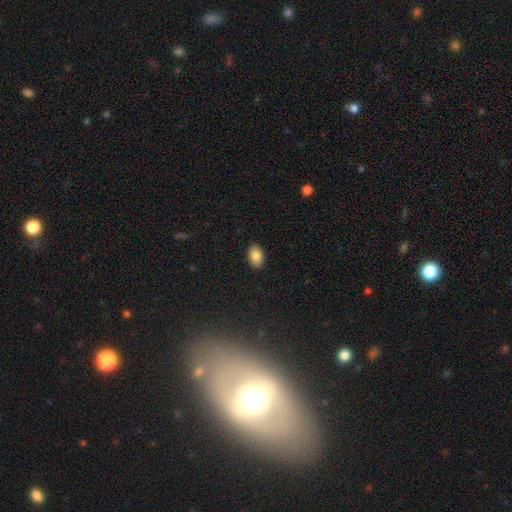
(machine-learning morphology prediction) A smooth galaxy with no disk features (84%) that is in between round and cigar-shaped (89%). Merging: none (89%).